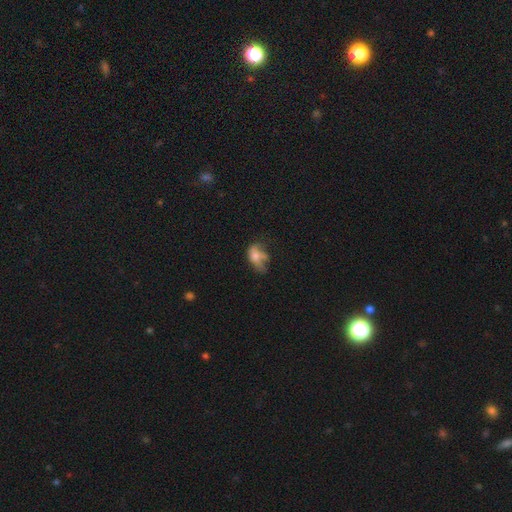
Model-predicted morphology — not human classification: This appears to be a smooth galaxy with no disk features (57%) that is in between round and cigar-shaped (83%). Merging: major disturbance (37%).